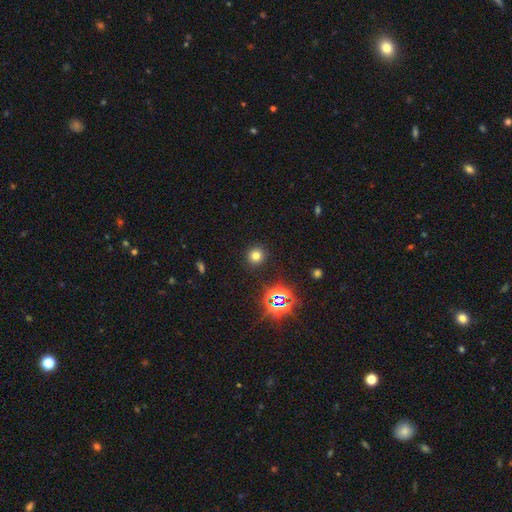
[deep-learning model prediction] smooth 71%, star or artifact 22%, featured or disk 7%. Down the decision tree: how rounded — round (93%); merging — none (90%).